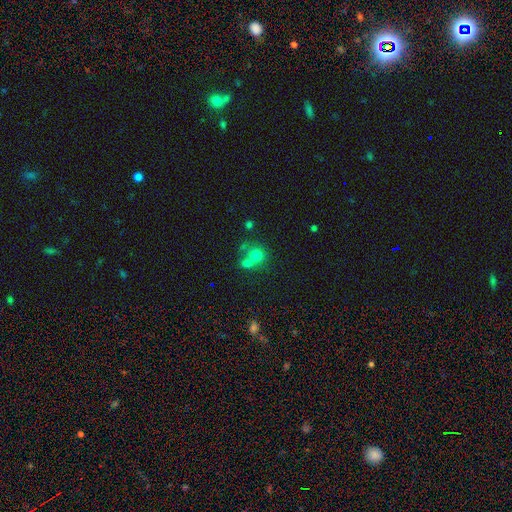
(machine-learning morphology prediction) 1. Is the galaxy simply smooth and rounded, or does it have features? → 69% smooth, 16% star or artifact, 15% featured or disk.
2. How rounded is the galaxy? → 82% round, 17% in between, 1% cigar-shaped.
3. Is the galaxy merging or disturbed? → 46% merger, 42% none, 7% minor disturbance, 4% major disturbance.